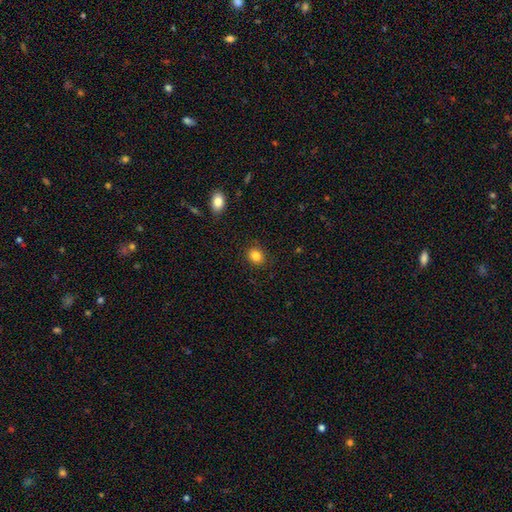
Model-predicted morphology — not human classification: Smooth or featured? Predicted: smooth (p=0.84). How rounded? Predicted: round (p=0.66). Merging? Predicted: none (p=0.88).